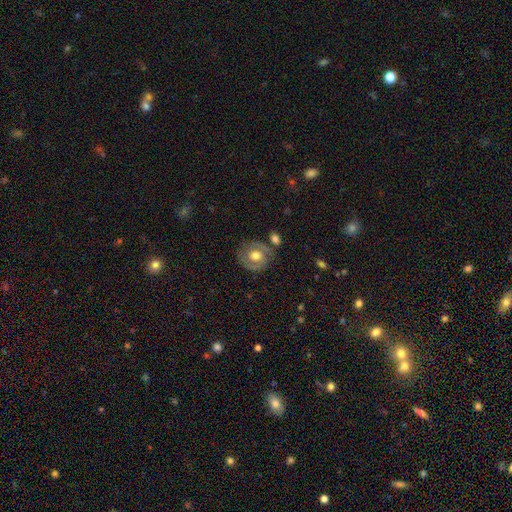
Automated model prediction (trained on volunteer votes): Overall: featured or disk (52%; smooth 41%). Edge-on disk: no (95%). Merging: none (73%).